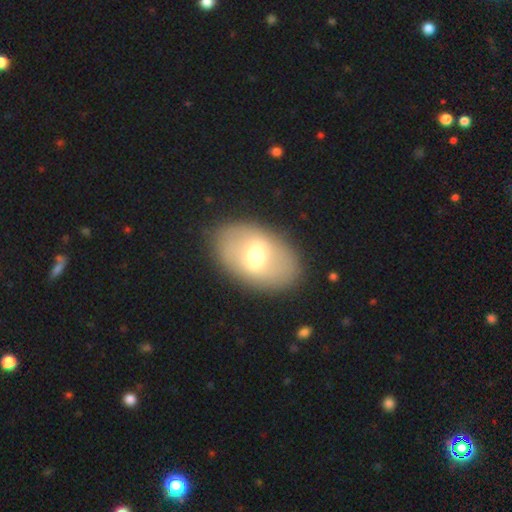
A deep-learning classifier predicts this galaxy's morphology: Smooth or featured? Predicted: smooth (p=0.51). How rounded? Predicted: in between (p=0.85). Merging? Predicted: none (p=0.86).